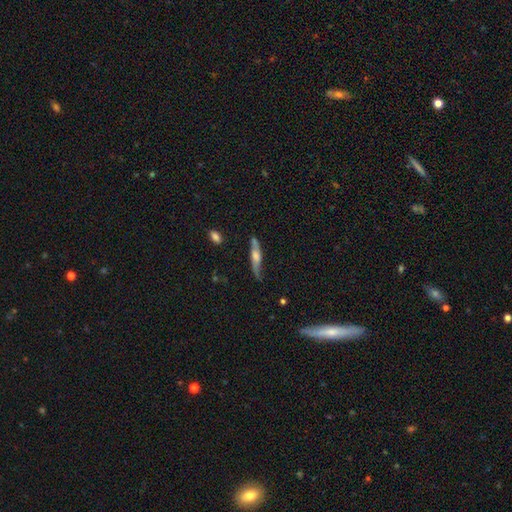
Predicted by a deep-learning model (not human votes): The model was most divided on "smooth or featured": featured or disk: 56%, smooth: 37%, star or artifact: 6%. More confident: edge-on disk — yes (70%); merging — none (61%).